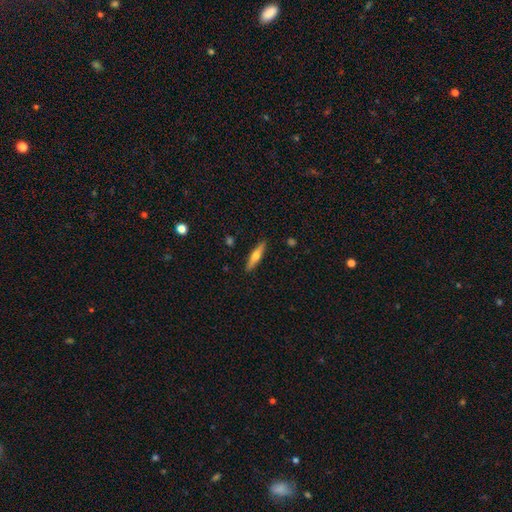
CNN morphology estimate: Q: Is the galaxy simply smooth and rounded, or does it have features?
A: featured or disk — 48%.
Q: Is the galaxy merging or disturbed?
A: none — 90%.